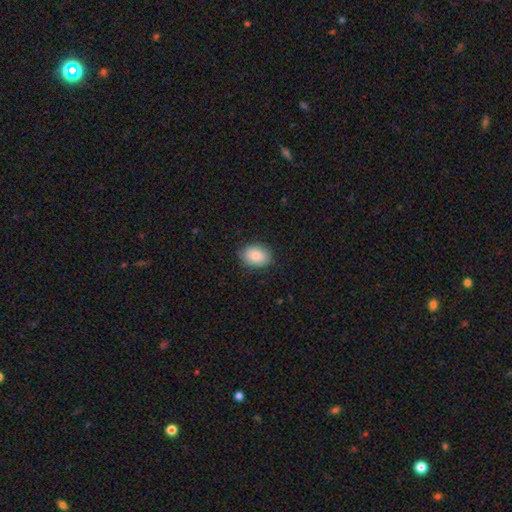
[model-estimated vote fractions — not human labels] This appears to be a smooth galaxy with no disk features (85%) that is in between round and cigar-shaped (70%). Merging: none (83%).